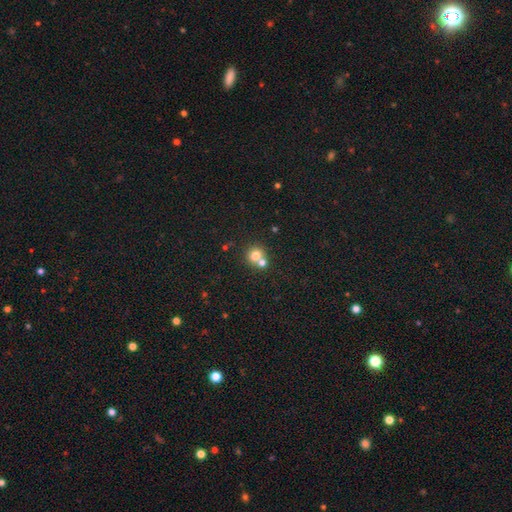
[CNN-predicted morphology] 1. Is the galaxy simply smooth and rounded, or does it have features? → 75% smooth, 13% star or artifact, 12% featured or disk.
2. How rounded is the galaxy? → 83% round, 16% in between, 1% cigar-shaped.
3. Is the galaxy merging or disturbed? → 46% none, 45% merger, 6% minor disturbance, 3% major disturbance.